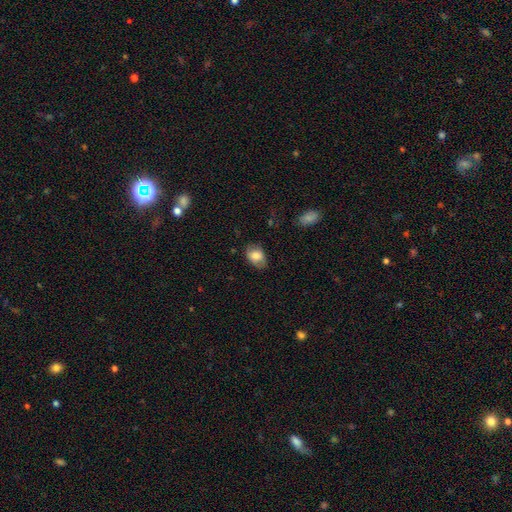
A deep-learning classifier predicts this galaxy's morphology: smooth-or-featured: smooth: 77% | featured or disk: 16% | star or artifact: 7%
  how-rounded: in between: 83% | round: 15% | cigar-shaped: 1%
  merging: none: 72% | minor disturbance: 21% | major disturbance: 5% | merger: 1%